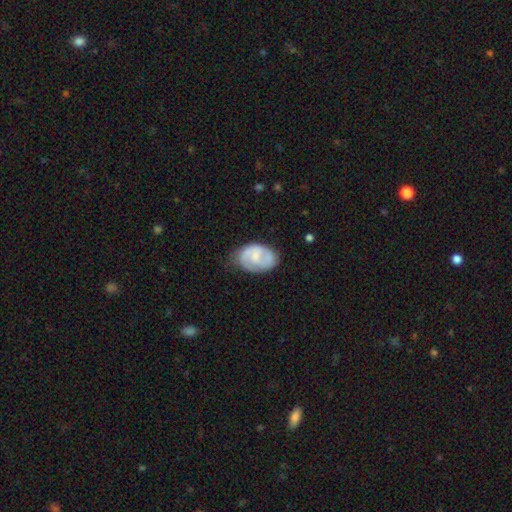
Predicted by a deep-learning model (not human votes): This is possibly a featured or disk galaxy (59%). It is clearly not viewed edge-on (97%). Bar: possibly no (50%). Spiral arm pattern: likely yes (80%). Central bulge: possibly small (47%). Merging: likely none (60%).